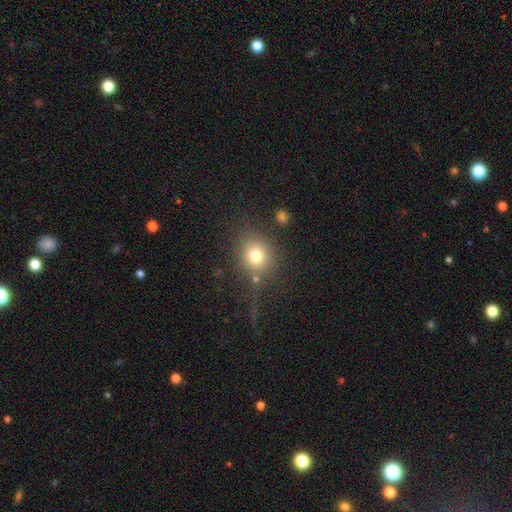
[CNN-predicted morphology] A smooth galaxy with no disk features (77%) that is round (79%). Merging: none (70%).